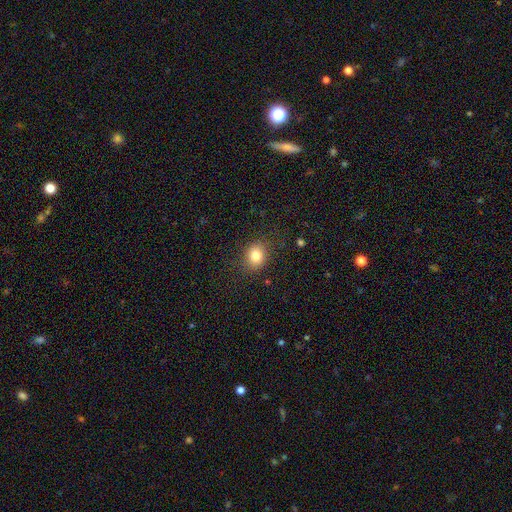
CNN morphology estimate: Q: Smooth or featured?
A: smooth (82%); runner-up: star or artifact (11%)
Q: How rounded?
A: round (59%); runner-up: in between (40%)
Q: Merging?
A: none (83%); runner-up: minor disturbance (12%)